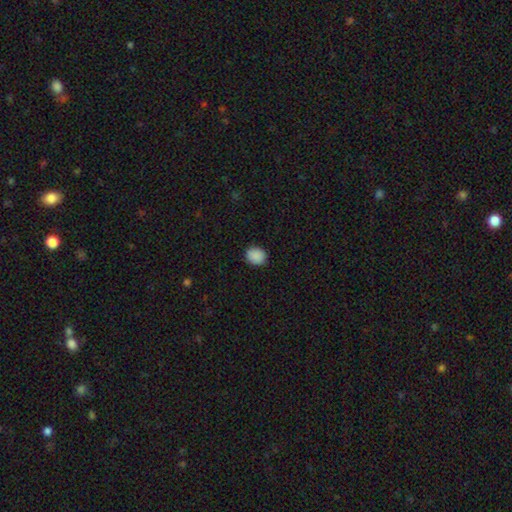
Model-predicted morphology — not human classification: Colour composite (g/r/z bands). It shows a smooth galaxy with no disk features (89%) that is round (66%). Merging: none (87%).